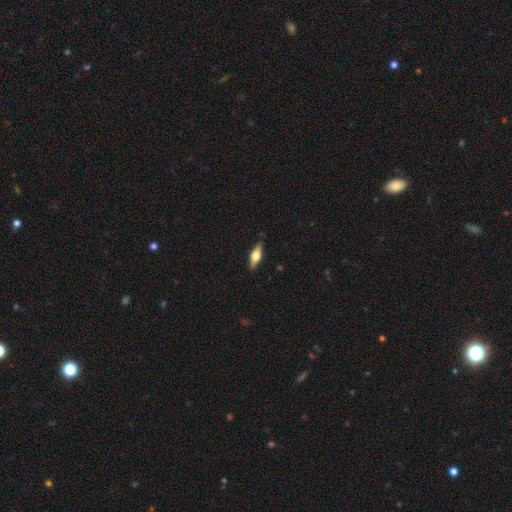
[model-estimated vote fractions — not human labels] A featured or disk galaxy (55%) viewed edge-on (94%) with a rounded central bulge (93%). Merging: none (88%).